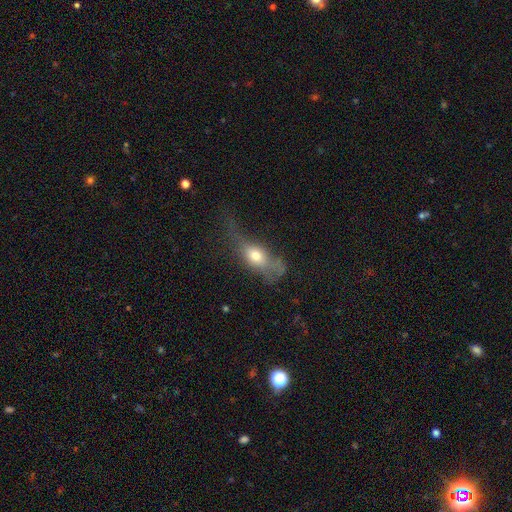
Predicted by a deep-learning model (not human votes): smooth_or_featured: smooth (p=0.60) [alt: featured or disk p=0.29]
how_rounded: in between (p=0.70) [alt: cigar-shaped p=0.17]
merging: major disturbance (p=0.44) [alt: none p=0.27]